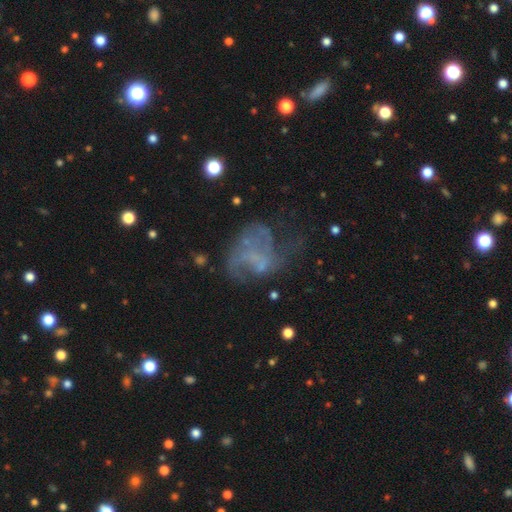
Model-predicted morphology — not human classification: Overall: featured or disk (62%; smooth 22%). Edge-on disk: no (98%). Bar: no (78%). Spiral arms: no (52%; yes 48%). Bulge size: none (77%). Merging: major disturbance (43%; none 32%).